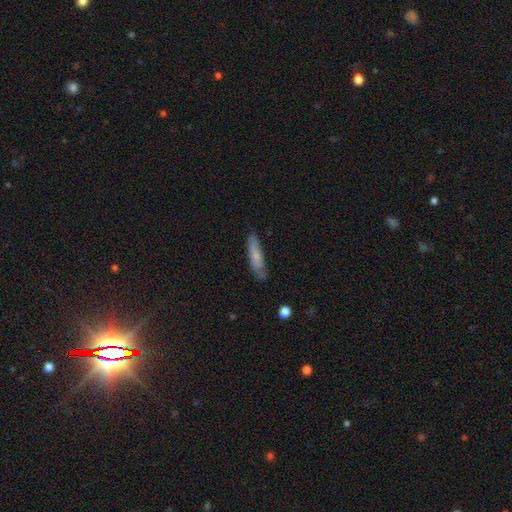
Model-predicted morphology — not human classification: smooth 69%, featured or disk 24%, star or artifact 6%. Down the decision tree: how rounded — cigar-shaped (73%); merging — none (76%).